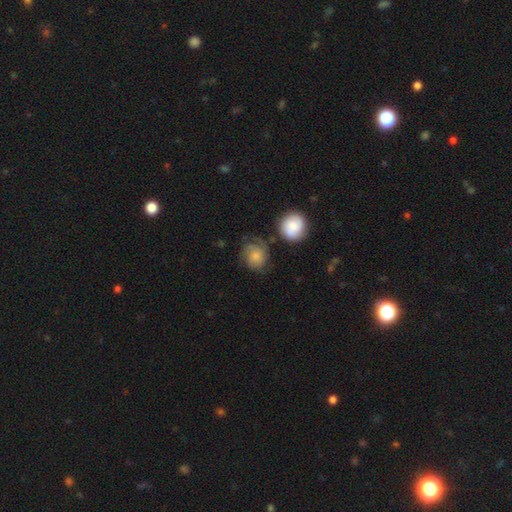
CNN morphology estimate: type=smooth (51%); roundness=round (70%); merging=none (58%).